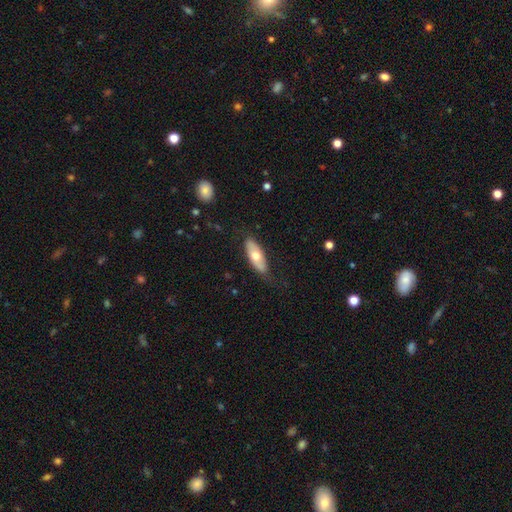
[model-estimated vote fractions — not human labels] The model was most divided on "smooth or featured": smooth: 60%, featured or disk: 35%, star or artifact: 5%. More confident: how rounded — in between (75%); merging — none (74%).